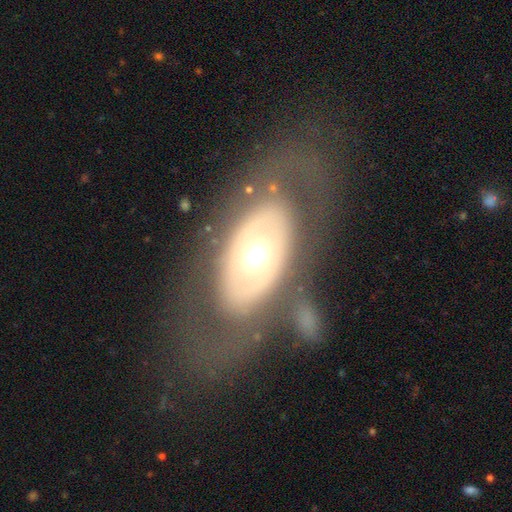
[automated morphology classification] type=featured or disk (59%); edge-on=no (89%); bar=no (88%); spiral arms=no (88%); bulge=moderate (61%); merging=none (71%).